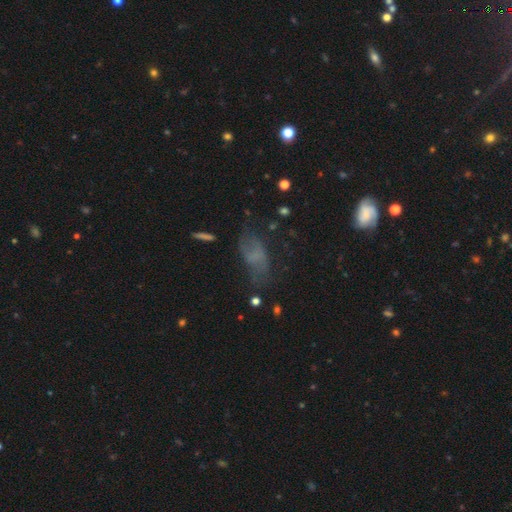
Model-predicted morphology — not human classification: This appears to be a smooth galaxy with no disk features (45%). Merging: none (49%).